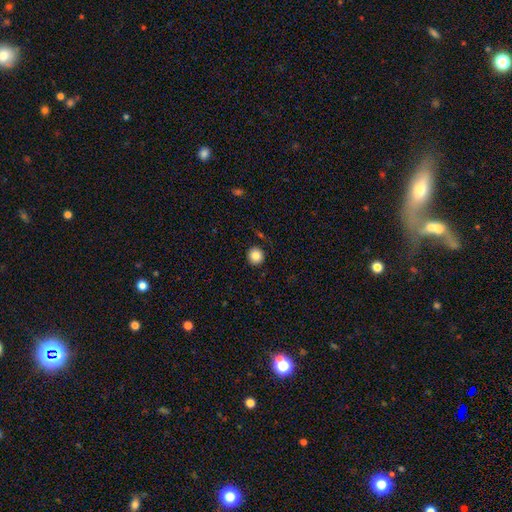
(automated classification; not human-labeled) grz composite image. It shows a smooth galaxy with no disk features (84%) that is round (94%). Merging: none (90%).